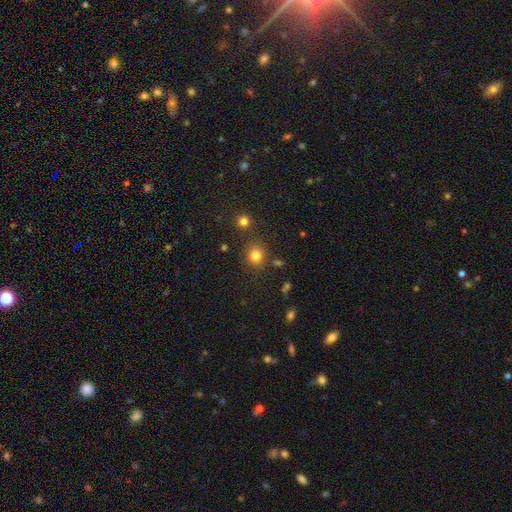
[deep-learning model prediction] Smooth or featured: smooth — 79% (star or artifact — 15%)
How rounded: round — 84% (in between — 15%)
Merging: none — 81% (minor disturbance — 10%)